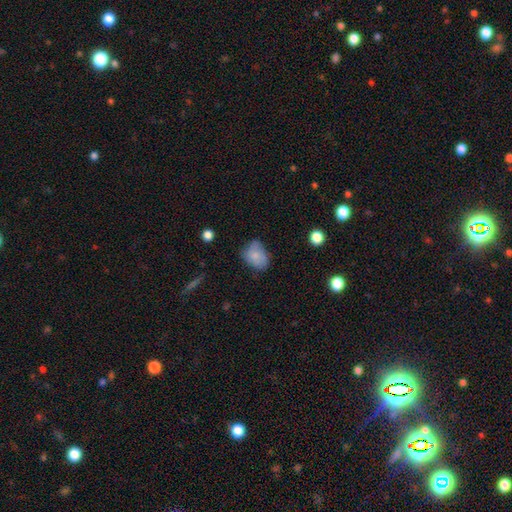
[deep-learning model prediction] smooth_or_featured: smooth (p=0.80) [alt: featured or disk p=0.11]
how_rounded: in between (p=0.70) [alt: round p=0.29]
merging: none (p=0.57) [alt: minor disturbance p=0.32]